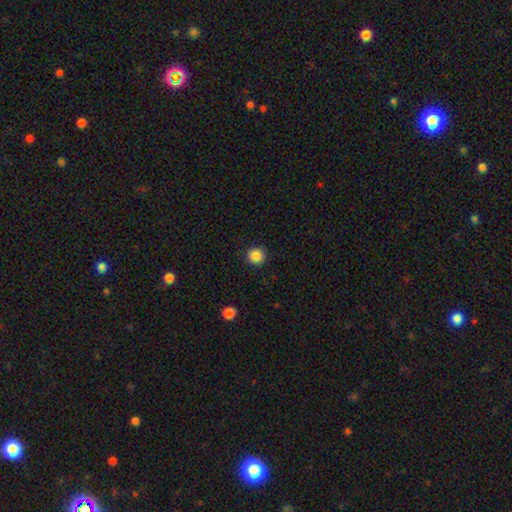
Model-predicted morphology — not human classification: Overall: smooth (87%). How rounded: round (94%). Merging: none (92%).